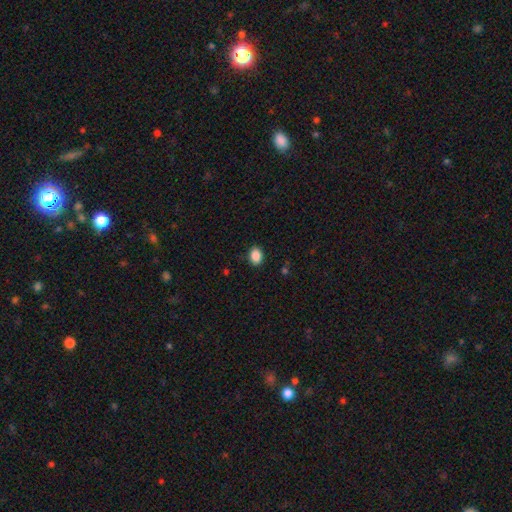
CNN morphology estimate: smooth_or_featured: smooth (p=0.89) [alt: star or artifact p=0.09]
how_rounded: in between (p=0.69) [alt: round p=0.30]
merging: none (p=0.89) [alt: minor disturbance p=0.08]